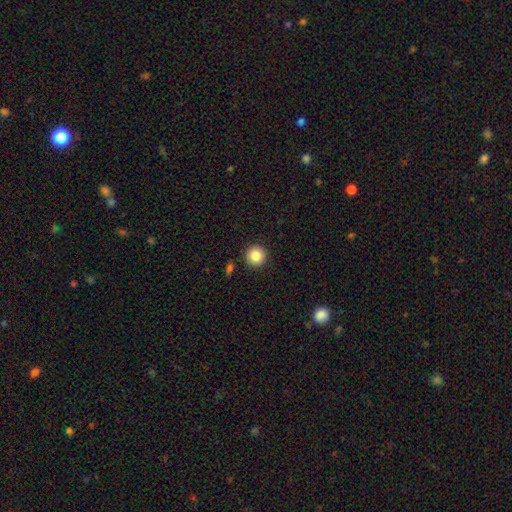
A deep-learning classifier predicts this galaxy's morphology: The model was most divided on "smooth or featured": smooth: 86%, star or artifact: 9%, featured or disk: 5%. More confident: how rounded — round (95%); merging — none (91%).